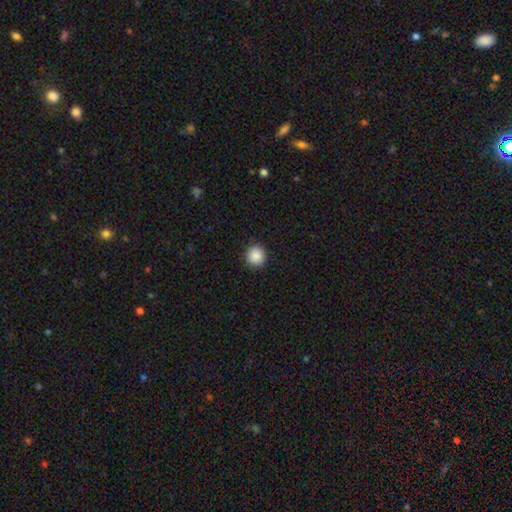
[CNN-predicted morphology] Smooth or featured: smooth — 88% (star or artifact — 9%)
How rounded: round — 94% (in between — 5%)
Merging: none — 92% (minor disturbance — 5%)